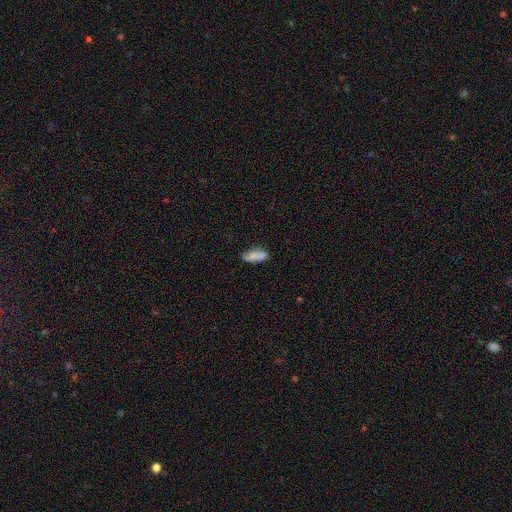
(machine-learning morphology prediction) This appears to be a smooth galaxy with no disk features (78%) that is in between round and cigar-shaped (71%). Merging: none (72%).